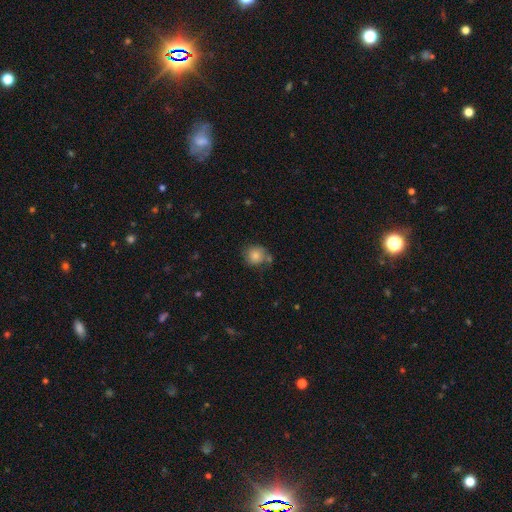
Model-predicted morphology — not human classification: smooth 82%, star or artifact 10%, featured or disk 8%. Down the decision tree: how rounded — round (88%); merging — none (67%).